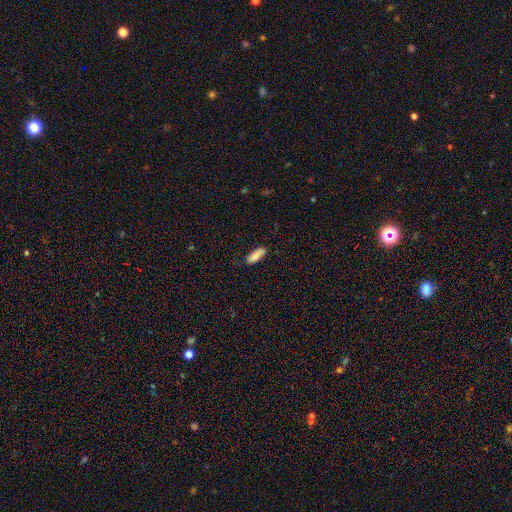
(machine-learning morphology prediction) smooth_or_featured: smooth (p=0.84) [alt: featured or disk p=0.09]
how_rounded: in between (p=0.70) [alt: cigar-shaped p=0.28]
merging: none (p=0.76) [alt: minor disturbance p=0.19]